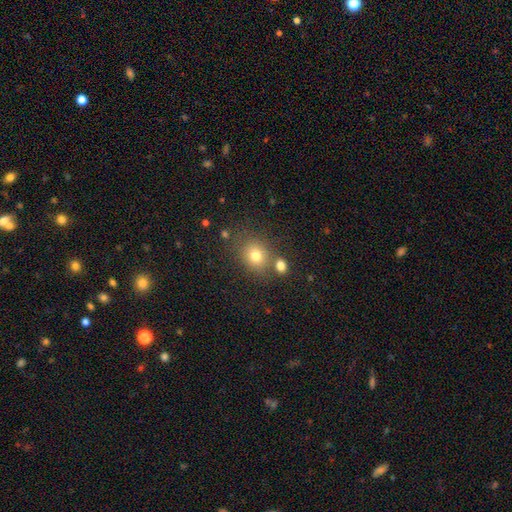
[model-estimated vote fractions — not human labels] A smooth galaxy with no disk features (76%) that is round (69%). Merging: none (69%).